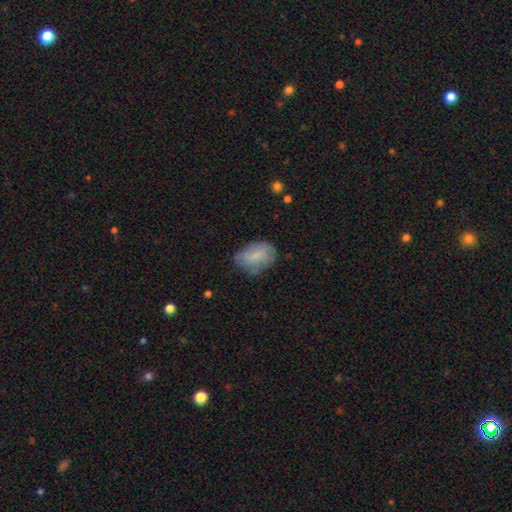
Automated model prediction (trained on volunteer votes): The model was most divided on "merging": none: 57%, minor disturbance: 30%, major disturbance: 11%, merger: 2%. More confident: how rounded — in between (86%); smooth or featured — smooth (67%).